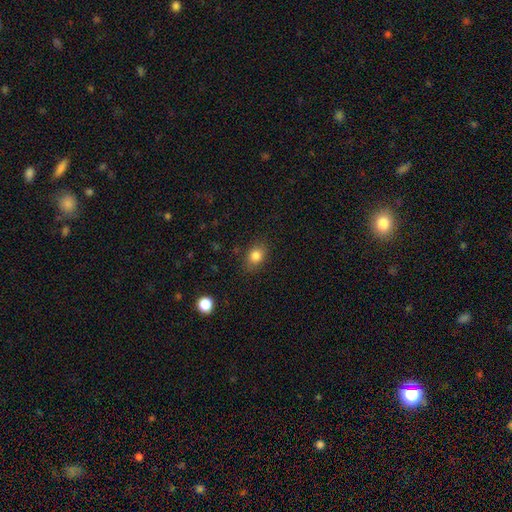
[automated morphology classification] Smooth or featured: smooth — 83% (star or artifact — 10%)
How rounded: in between — 58% (round — 41%)
Merging: none — 83% (minor disturbance — 13%)